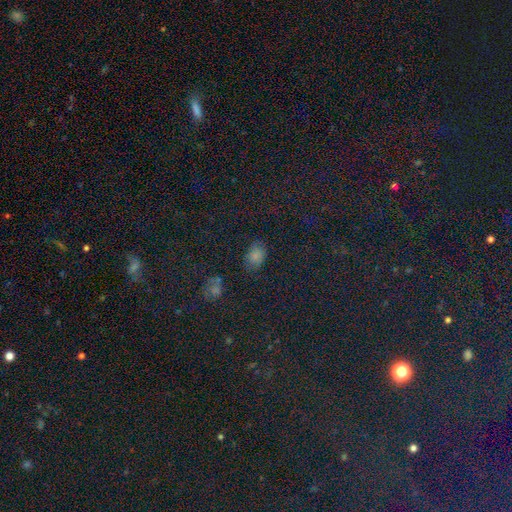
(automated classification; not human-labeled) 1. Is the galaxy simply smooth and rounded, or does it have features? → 70% smooth, 23% star or artifact, 7% featured or disk.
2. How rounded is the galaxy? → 81% in between, 17% round, 2% cigar-shaped.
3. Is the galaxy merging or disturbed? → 70% none, 20% minor disturbance, 7% major disturbance, 3% merger.